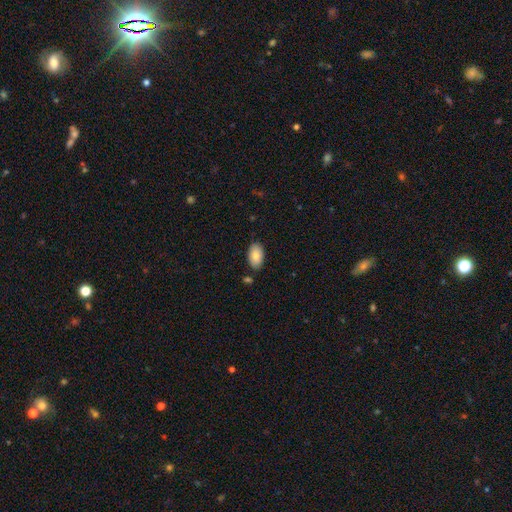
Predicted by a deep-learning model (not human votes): A smooth galaxy with no disk features (83%) that is in between round and cigar-shaped (95%).

Vote fractions:
- Smooth or featured? smooth: 83% / featured or disk: 10% / star or artifact: 7%
- How rounded? in between: 95% / round: 4% / cigar-shaped: 2%
- Merging? none: 84% / minor disturbance: 11% / merger: 3% / major disturbance: 2%